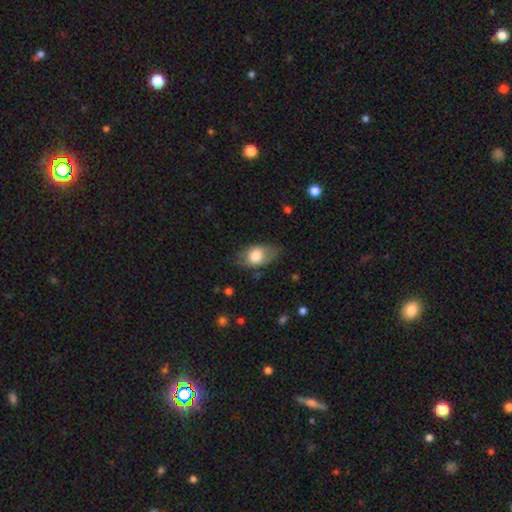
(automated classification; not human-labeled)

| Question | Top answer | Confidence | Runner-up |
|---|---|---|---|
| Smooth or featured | smooth | 73% | featured or disk (20%) |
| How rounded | in between | 88% | round (10%) |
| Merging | none | 70% | minor disturbance (21%) |